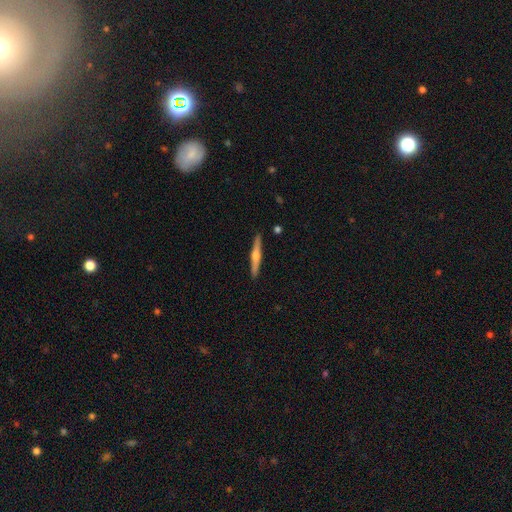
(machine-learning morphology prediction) This appears to be a featured or disk galaxy (65%) viewed edge-on (98%) with a rounded central bulge (88%). Merging: none (91%).